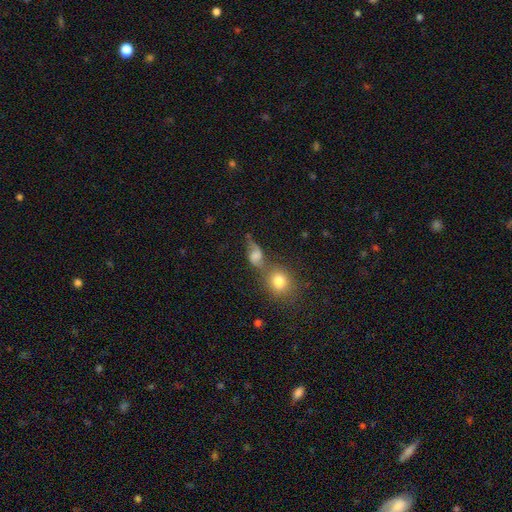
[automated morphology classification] A smooth galaxy with no disk features (45%).

Vote fractions:
- Smooth or featured? smooth: 45% / featured or disk: 40% / star or artifact: 15%
- Merging? none: 35% (tied) / merger: 35% (tied) / minor disturbance: 16% / major disturbance: 14%